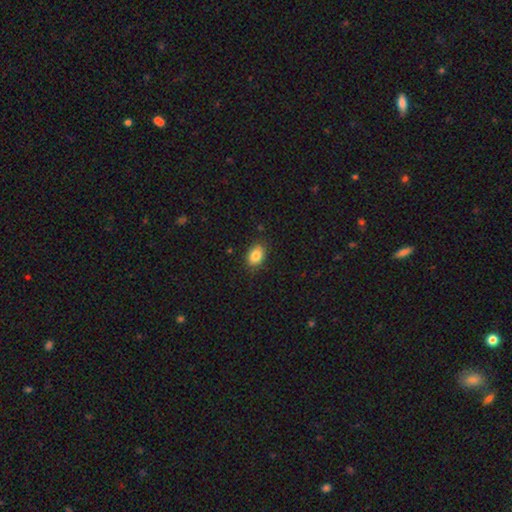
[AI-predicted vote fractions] Smooth or featured: smooth — 85% (star or artifact — 9%)
How rounded: in between — 79% (round — 20%)
Merging: none — 84% (minor disturbance — 12%)